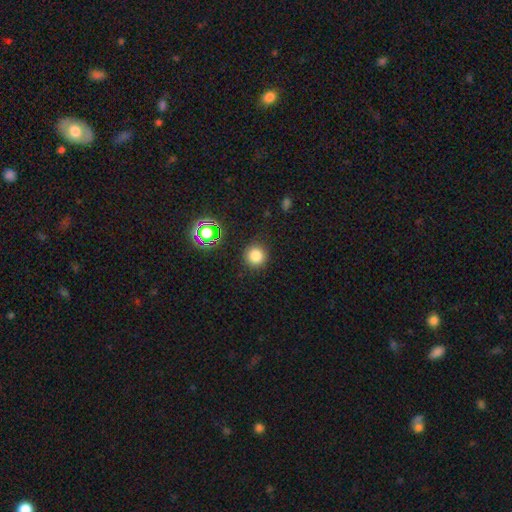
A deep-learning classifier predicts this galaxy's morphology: A smooth galaxy with no disk features (79%) that is round (94%). Merging: none (90%).